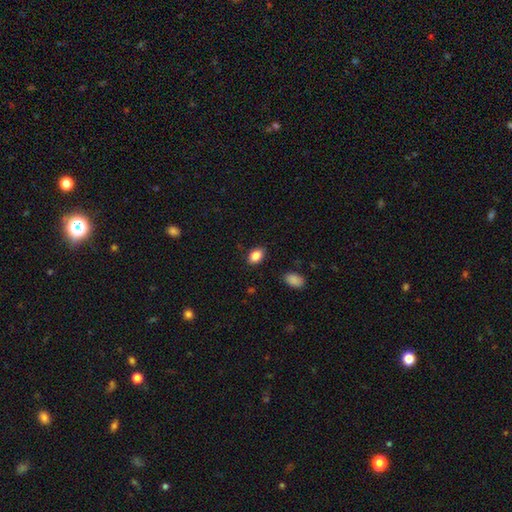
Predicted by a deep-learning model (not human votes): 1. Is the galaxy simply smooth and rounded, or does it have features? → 86% smooth, 8% star or artifact, 5% featured or disk.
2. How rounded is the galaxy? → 83% in between, 16% round, 1% cigar-shaped.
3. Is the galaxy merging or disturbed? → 86% none, 10% minor disturbance, 2% major disturbance, 1% merger.